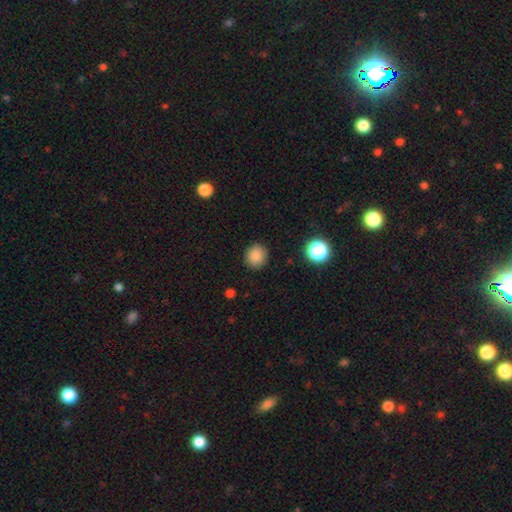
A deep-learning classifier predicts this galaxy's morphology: A smooth galaxy with no disk features (85%) that is round (85%).

Vote fractions:
- Smooth or featured? smooth: 85% / star or artifact: 11% / featured or disk: 4%
- How rounded? round: 85% / in between: 14% / cigar-shaped: 1%
- Merging? none: 89% / minor disturbance: 7% / major disturbance: 2% / merger: 1%